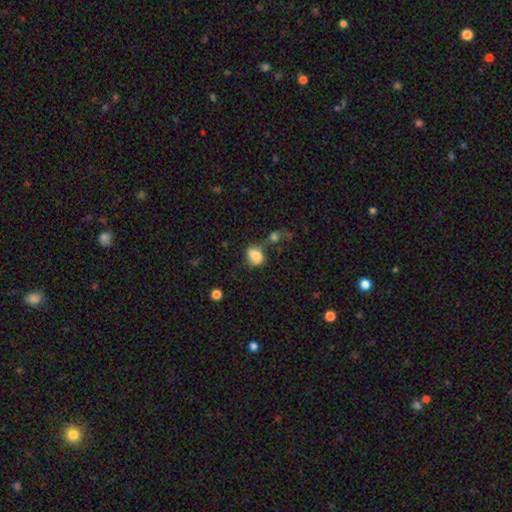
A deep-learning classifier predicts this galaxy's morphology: Smooth or featured?
  - smooth: 76% *
  - featured or disk: 14%
  - star or artifact: 10%
How rounded?
  - in between: 57% *
  - round: 41%
  - cigar-shaped: 2%
Merging?
  - none: 43% *
  - merger: 23%
  - minor disturbance: 22%
  - major disturbance: 11%